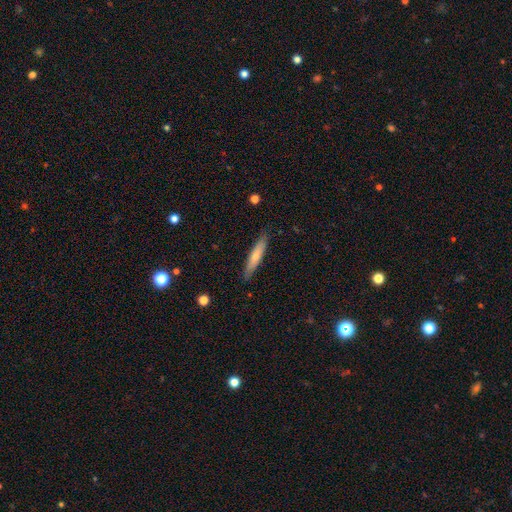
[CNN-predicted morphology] Overall: smooth (65%; featured or disk 29%). How rounded: cigar-shaped (90%). Merging: none (87%).